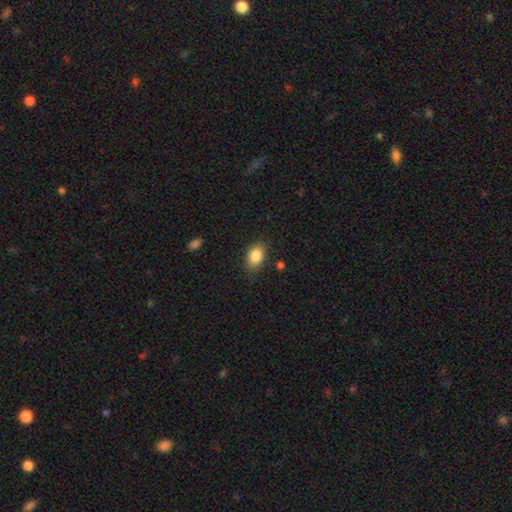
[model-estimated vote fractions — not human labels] Overall: smooth (86%). How rounded: in between (84%). Merging: none (83%).